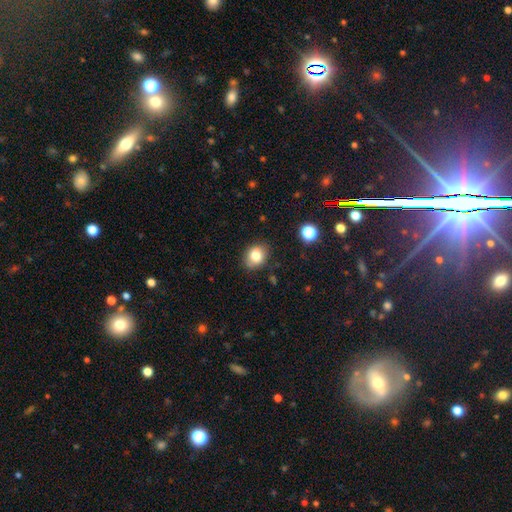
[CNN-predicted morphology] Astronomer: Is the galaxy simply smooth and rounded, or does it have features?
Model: smooth — 81%.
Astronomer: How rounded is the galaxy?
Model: round — 51% (runner-up: in between, 48%).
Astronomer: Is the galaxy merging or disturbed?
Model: none — 84%.